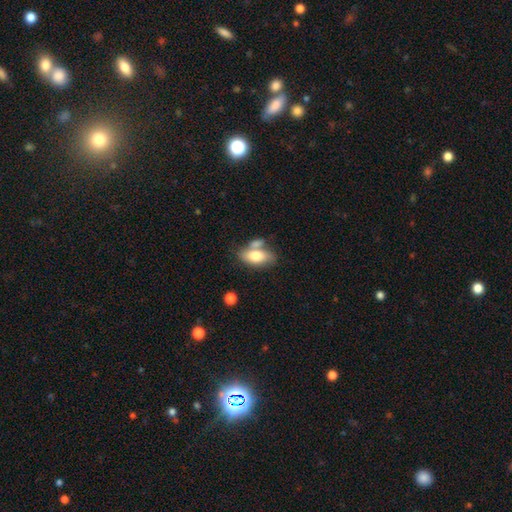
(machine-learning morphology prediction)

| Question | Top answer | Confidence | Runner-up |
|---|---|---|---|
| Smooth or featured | smooth | 74% | featured or disk (19%) |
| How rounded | in between | 88% | cigar-shaped (6%) |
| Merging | none | 44% | merger (34%) |